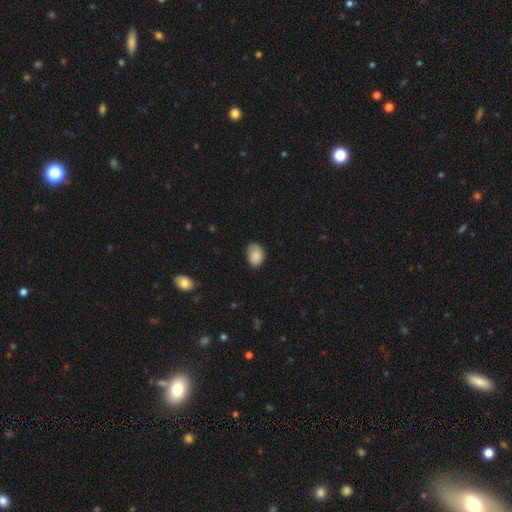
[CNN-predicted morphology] A smooth galaxy with no disk features (87%) that is in between round and cigar-shaped (69%).

Vote fractions:
- Smooth or featured? smooth: 87% / star or artifact: 8% / featured or disk: 5%
- How rounded? in between: 69% / round: 30% / cigar-shaped: 1%
- Merging? none: 73% / minor disturbance: 22% / major disturbance: 3% / merger: 1%